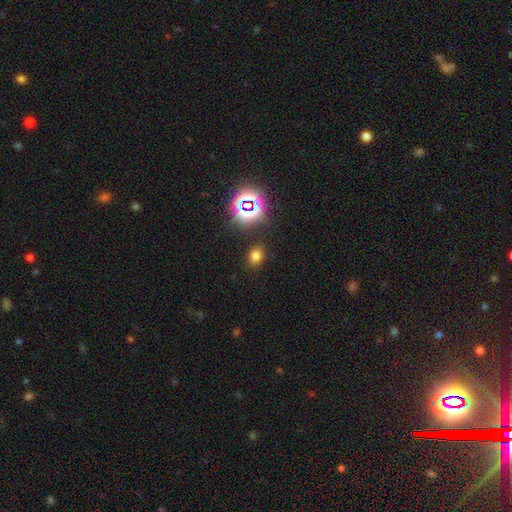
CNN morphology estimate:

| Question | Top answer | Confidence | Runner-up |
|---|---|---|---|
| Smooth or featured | smooth | 69% | star or artifact (24%) |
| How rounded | in between | 56% | round (43%) |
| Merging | none | 85% | minor disturbance (9%) |